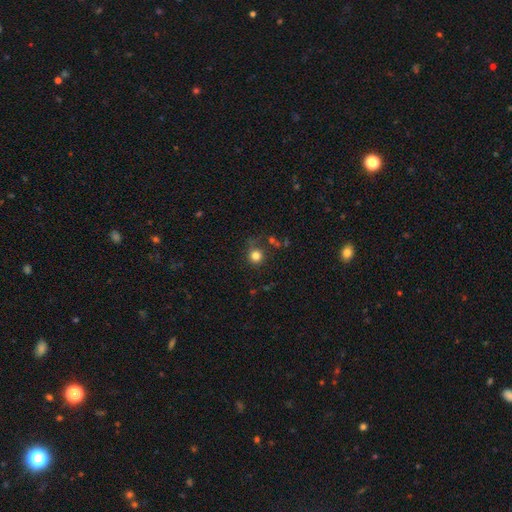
Smooth or featured? smooth (87%)
How rounded? round (94%)
Merging? none (73%)